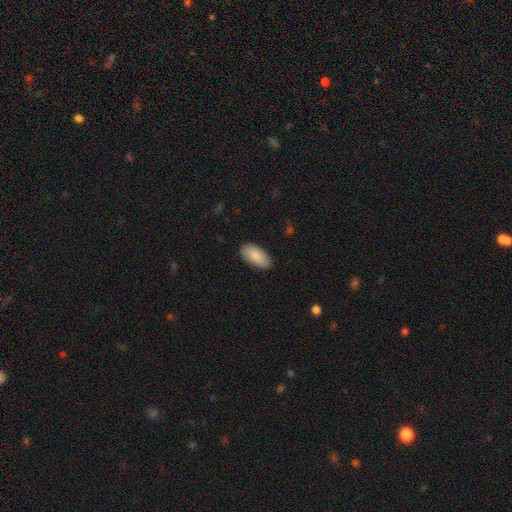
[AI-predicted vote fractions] Q: Smooth or featured?
A: smooth (85%); runner-up: featured or disk (9%)
Q: How rounded?
A: in between (94%); runner-up: cigar-shaped (4%)
Q: Merging?
A: none (86%); runner-up: minor disturbance (11%)